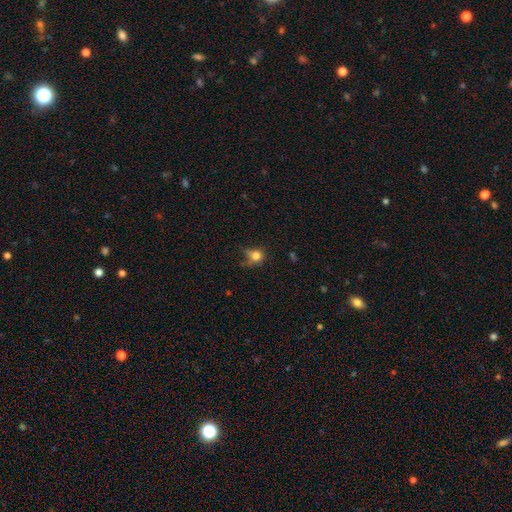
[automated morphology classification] A smooth galaxy with no disk features (75%) that is round (76%).

Vote fractions:
- Smooth or featured? smooth: 75% / star or artifact: 14% / featured or disk: 11%
- How rounded? round: 76% / in between: 22% / cigar-shaped: 2%
- Merging? none: 50% / minor disturbance: 28% / major disturbance: 17% / merger: 5%